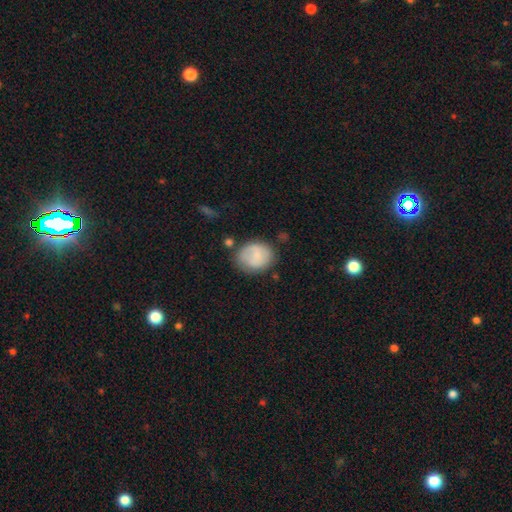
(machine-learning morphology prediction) A smooth galaxy with no disk features (67%) that is round (62%). Merging: none (66%).